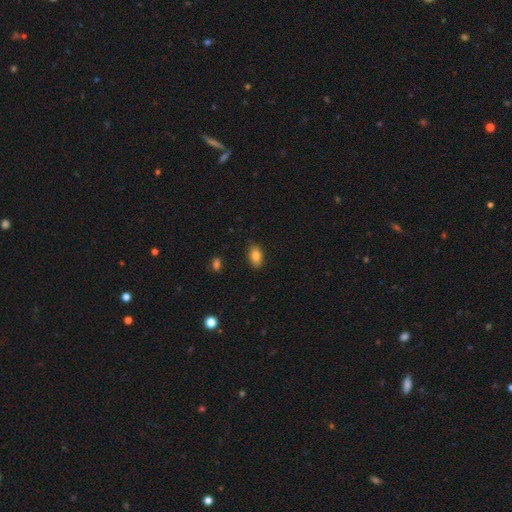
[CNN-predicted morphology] type=smooth (84%); roundness=in between (88%); merging=none (84%).